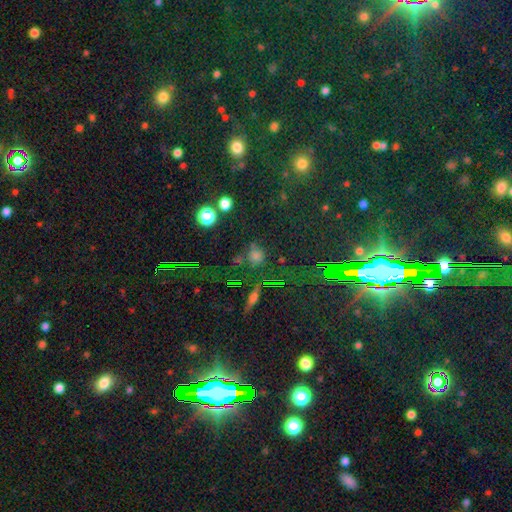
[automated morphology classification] Smooth or featured: smooth — 45% (star or artifact — 42%)
Merging: none — 77% (minor disturbance — 11%)